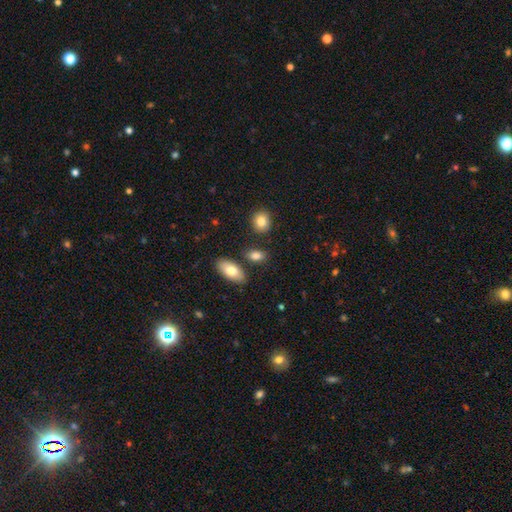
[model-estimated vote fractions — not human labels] This appears to be a smooth galaxy with no disk features (82%) that is in between round and cigar-shaped (85%). Merging: none (81%).